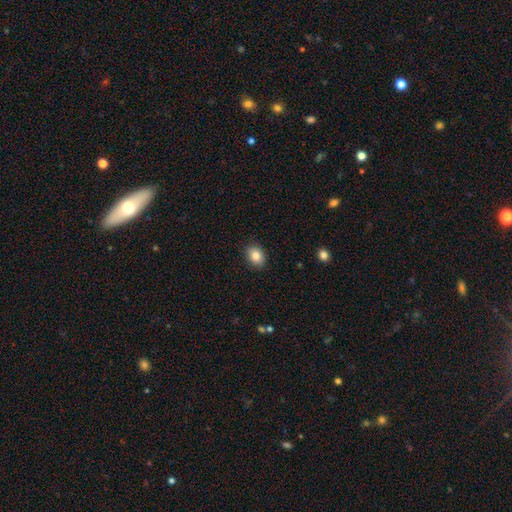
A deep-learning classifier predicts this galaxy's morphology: smooth 85%, star or artifact 9%, featured or disk 7%. Down the decision tree: how rounded — in between (66%); merging — none (89%).